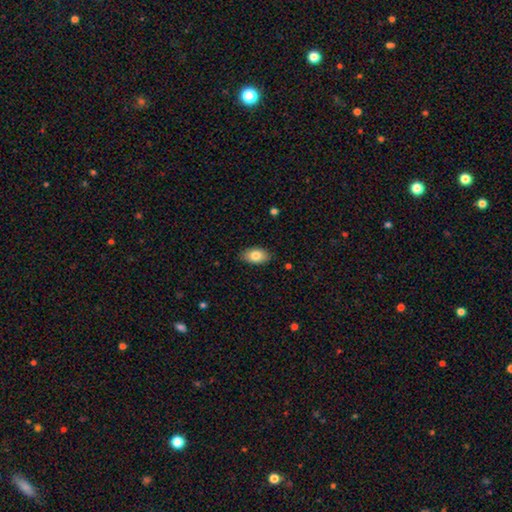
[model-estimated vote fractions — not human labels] Overall: smooth (82%). How rounded: in between (91%). Merging: none (86%).